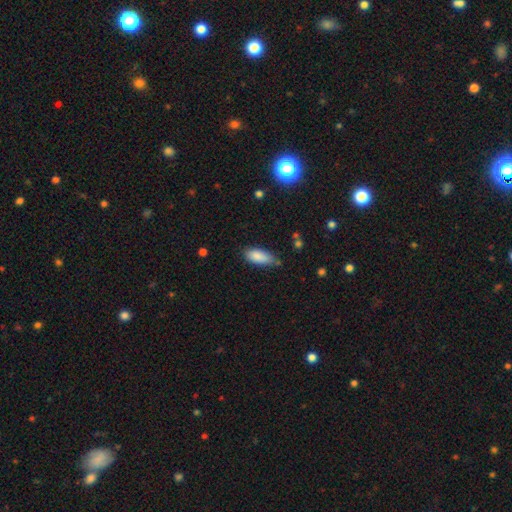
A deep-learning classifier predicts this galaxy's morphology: Smooth or featured? smooth (87%)
How rounded? in between (81%)
Merging? none (65%)